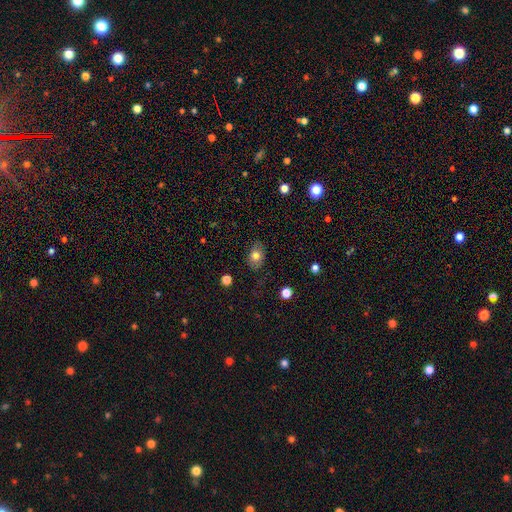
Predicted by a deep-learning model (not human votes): Smooth or featured?
  - smooth: 75% *
  - featured or disk: 16%
  - star or artifact: 9%
How rounded?
  - in between: 77% *
  - round: 21%
  - cigar-shaped: 1%
Merging?
  - none: 80% *
  - minor disturbance: 15%
  - major disturbance: 4%
  - merger: 1%